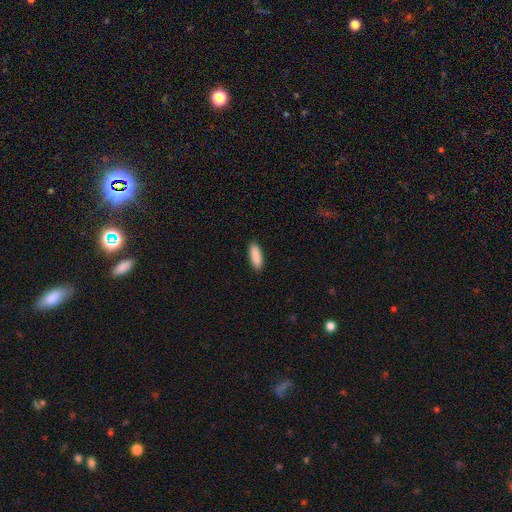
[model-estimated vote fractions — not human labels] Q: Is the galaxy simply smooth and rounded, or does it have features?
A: smooth — 90%.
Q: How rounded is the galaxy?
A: in between — 63%.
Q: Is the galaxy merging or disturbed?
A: none — 90%.